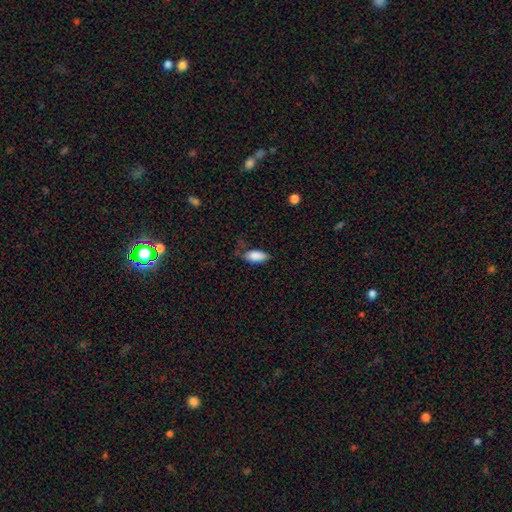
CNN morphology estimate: A smooth galaxy with no disk features (87%) that is in between round and cigar-shaped (89%). Merging: none (55%).